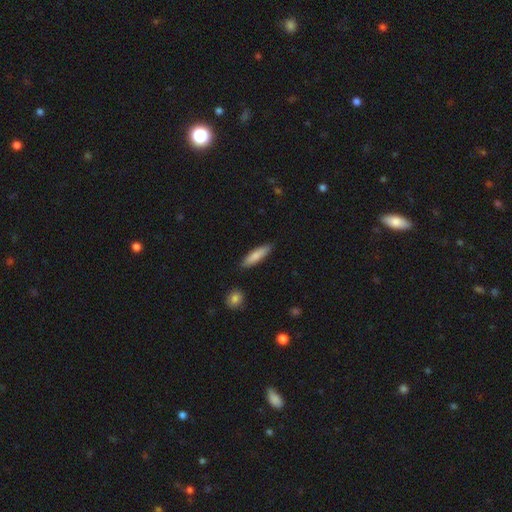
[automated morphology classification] smooth_or_featured: smooth (p=0.81) [alt: featured or disk p=0.14]
how_rounded: cigar-shaped (p=0.72) [alt: in between p=0.26]
merging: none (p=0.87) [alt: minor disturbance p=0.09]